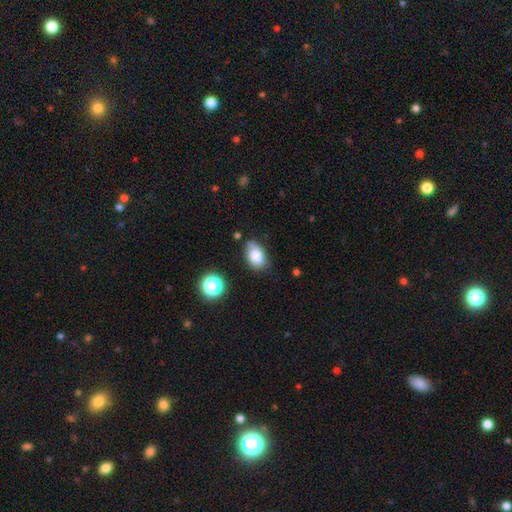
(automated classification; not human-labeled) The model was most divided on "merging": none: 66%, minor disturbance: 25%, major disturbance: 5%, merger: 4%. More confident: how rounded — in between (86%); smooth or featured — smooth (81%).